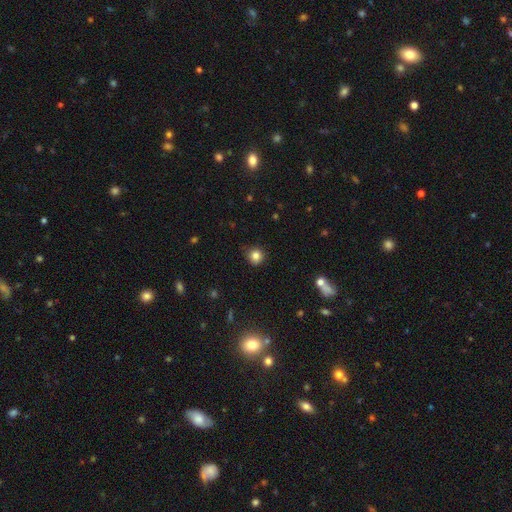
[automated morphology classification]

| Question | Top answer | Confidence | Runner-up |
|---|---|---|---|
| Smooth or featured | smooth | 82% | star or artifact (12%) |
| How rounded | round | 91% | in between (8%) |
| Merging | none | 82% | minor disturbance (14%) |